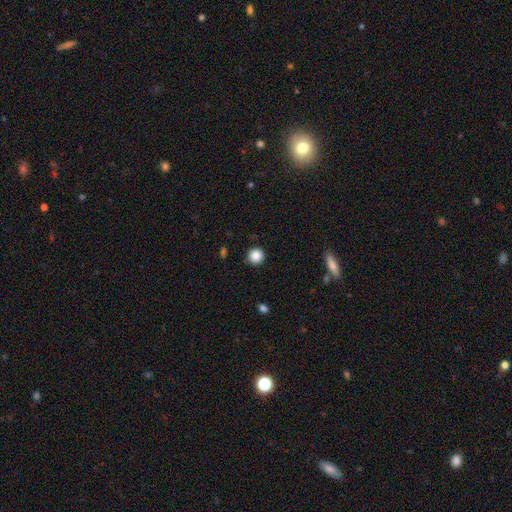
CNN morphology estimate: A smooth galaxy with no disk features (86%) that is round (95%). Merging: none (91%).